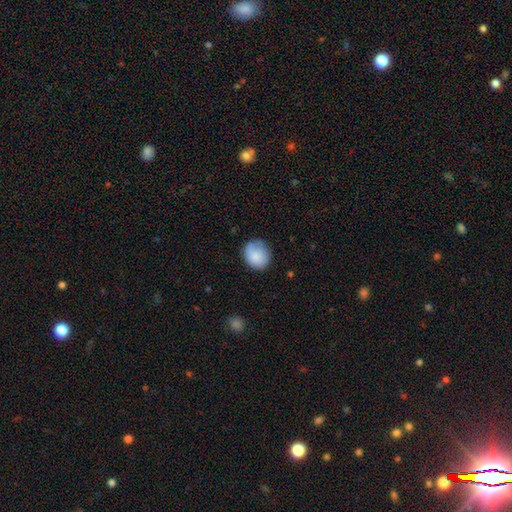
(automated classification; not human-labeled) The model was most divided on "merging": none: 71%, minor disturbance: 21%, major disturbance: 6%, merger: 2%. More confident: smooth or featured — smooth (83%); how rounded — round (77%).